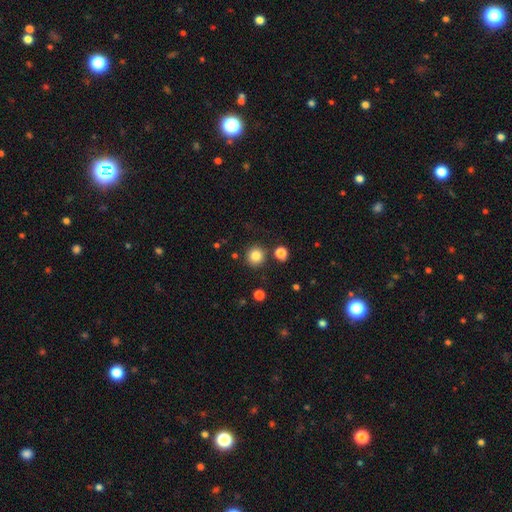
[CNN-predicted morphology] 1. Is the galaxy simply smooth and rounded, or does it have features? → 84% smooth, 11% star or artifact, 5% featured or disk.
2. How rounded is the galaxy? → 93% round, 6% in between, 1% cigar-shaped.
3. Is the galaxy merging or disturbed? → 87% none, 6% minor disturbance, 5% merger, 2% major disturbance.